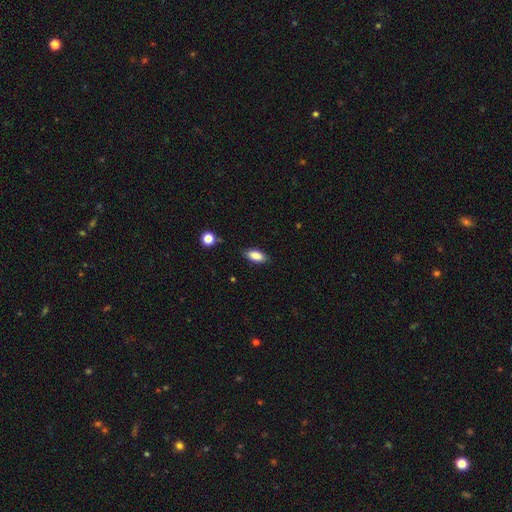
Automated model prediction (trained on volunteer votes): Smooth or featured: smooth — 86% (star or artifact — 8%)
How rounded: in between — 87% (cigar-shaped — 10%)
Merging: none — 85% (minor disturbance — 12%)